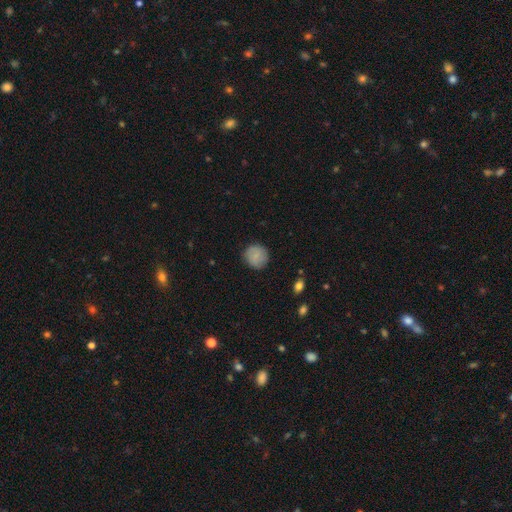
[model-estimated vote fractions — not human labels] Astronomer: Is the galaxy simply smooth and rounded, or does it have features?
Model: smooth — 80%.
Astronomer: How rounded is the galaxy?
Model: round — 91%.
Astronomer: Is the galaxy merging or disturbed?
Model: none — 87%.